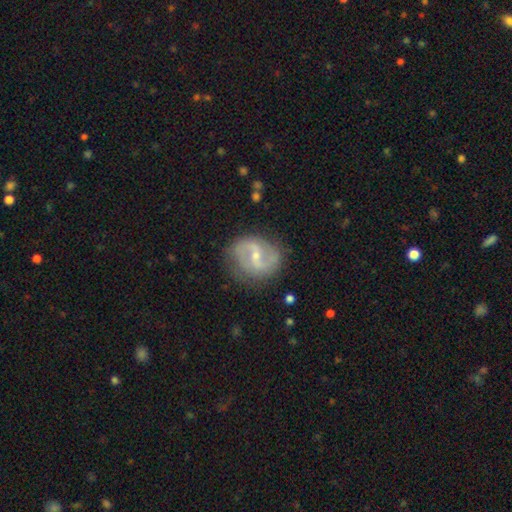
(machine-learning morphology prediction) Smooth or featured: featured or disk — 85% (smooth — 9%)
Edge-on disk: no — 98% (yes — 2%)
Bar: weak — 50% (strong — 28%)
Spiral arms: yes — 94% (no — 6%)
Spiral winding: medium — 47% (loose — 39%)
Spiral arm count: 2 — 91% (can't tell — 4%)
Bulge size: small — 64% (moderate — 31%)
Merging: none — 80% (minor disturbance — 14%)